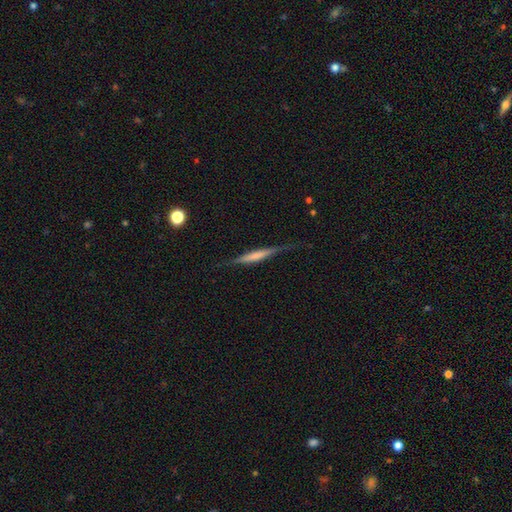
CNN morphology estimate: The model was most divided on "smooth or featured": featured or disk: 55%, smooth: 39%, star or artifact: 6%. Remaining: edge-on disk — yes (95%); merging — none (78%); edge-on bulge — none (48%).